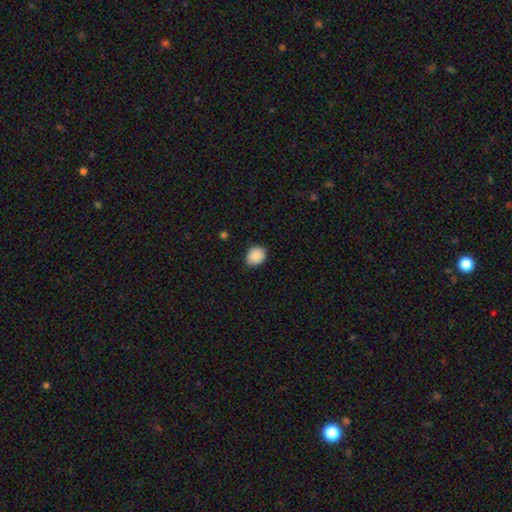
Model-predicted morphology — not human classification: smooth-or-featured: smooth: 90% | star or artifact: 7% | featured or disk: 3%
  how-rounded: round: 51% | in between: 48% | cigar-shaped: 1%
  merging: none: 83% | minor disturbance: 14% | major disturbance: 2% | merger: 1%